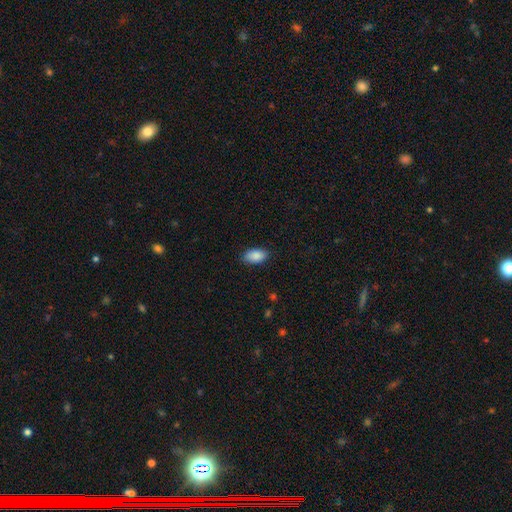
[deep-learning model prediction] This appears to be a smooth galaxy with no disk features (89%) that is in between round and cigar-shaped (94%). Merging: none (86%).